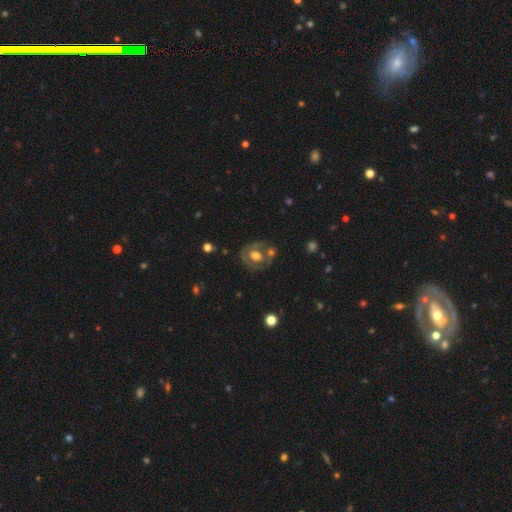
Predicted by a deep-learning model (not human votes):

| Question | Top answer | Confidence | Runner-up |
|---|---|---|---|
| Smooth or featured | featured or disk | 50% | smooth (41%) |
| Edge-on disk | no | 95% | yes (5%) |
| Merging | none | 58% | merger (17%) |